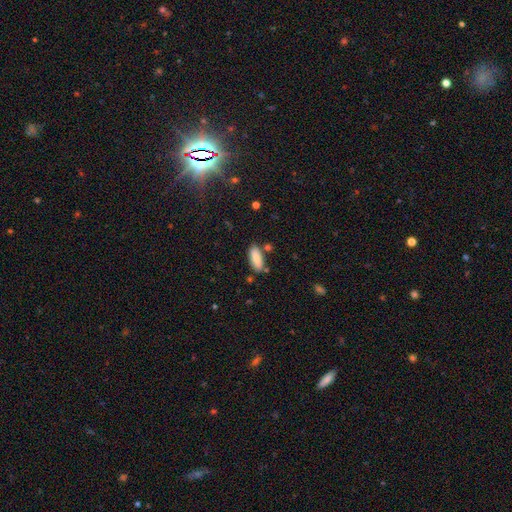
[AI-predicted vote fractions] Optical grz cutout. It shows a smooth galaxy with no disk features (85%) that is in between round and cigar-shaped (78%). Merging: none (77%).